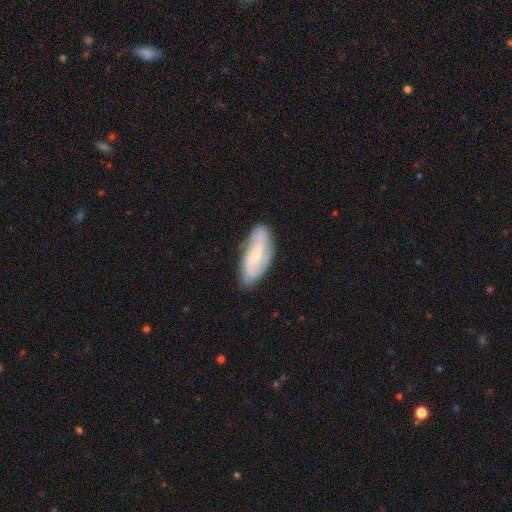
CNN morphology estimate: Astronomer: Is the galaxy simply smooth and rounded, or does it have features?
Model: featured or disk — 64%.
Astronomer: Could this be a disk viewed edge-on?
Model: no — 90%.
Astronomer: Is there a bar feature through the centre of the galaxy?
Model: no — 48% (runner-up: weak, 39%).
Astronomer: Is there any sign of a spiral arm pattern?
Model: yes — 87%.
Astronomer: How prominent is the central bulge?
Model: small — 67%.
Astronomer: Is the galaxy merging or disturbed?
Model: none — 76%.